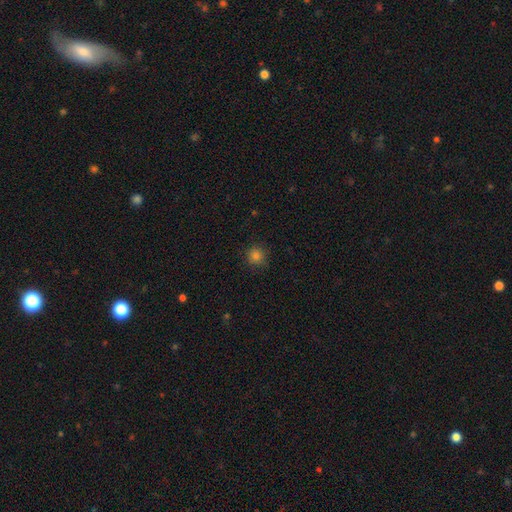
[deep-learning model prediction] Smooth or featured? smooth (82%)
How rounded? round (94%)
Merging? none (89%)